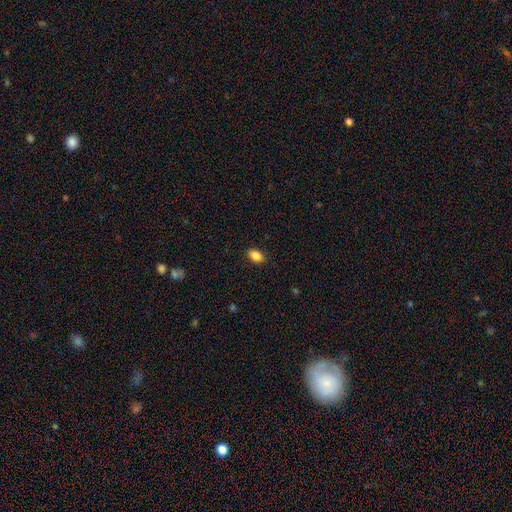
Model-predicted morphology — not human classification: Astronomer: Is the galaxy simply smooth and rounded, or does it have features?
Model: smooth — 87%.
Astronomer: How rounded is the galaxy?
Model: in between — 84%.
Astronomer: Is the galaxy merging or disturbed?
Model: none — 88%.